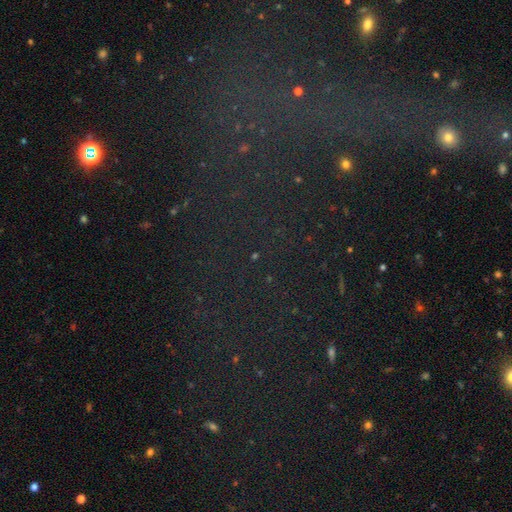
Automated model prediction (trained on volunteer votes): Smooth or featured? star or artifact (70%)